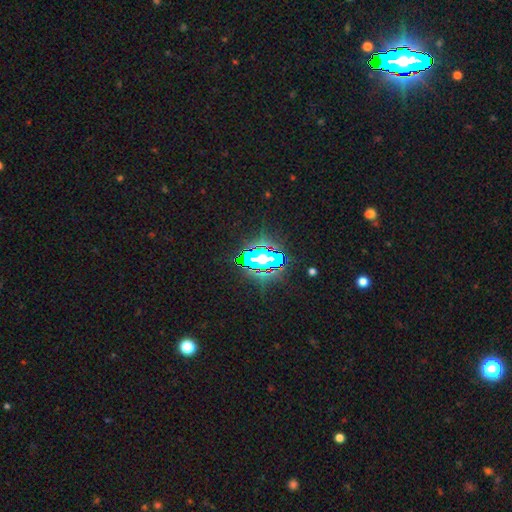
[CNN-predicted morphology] This appears to be a star or artifact, not a galaxy (64%).